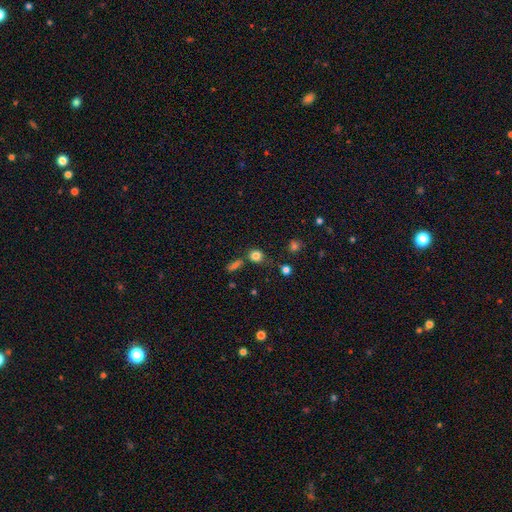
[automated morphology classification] Overall: smooth (79%). How rounded: round (72%). Merging: none (61%).